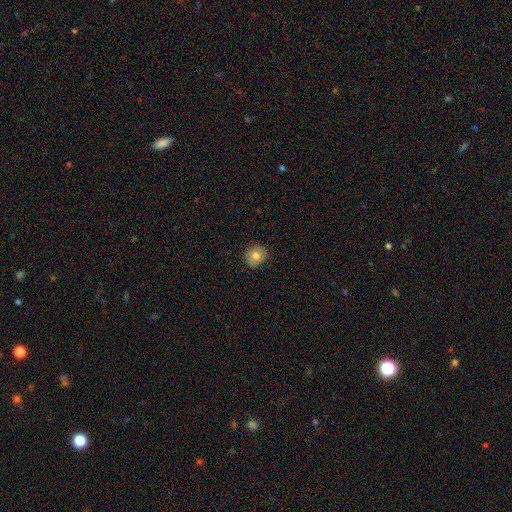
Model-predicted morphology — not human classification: This appears to be a smooth galaxy with no disk features (78%) that is round (85%). Merging: none (84%).